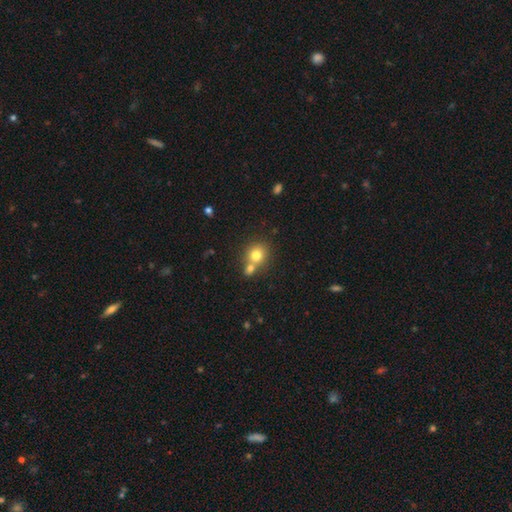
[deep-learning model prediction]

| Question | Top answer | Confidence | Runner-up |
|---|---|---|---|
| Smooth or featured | smooth | 77% | star or artifact (12%) |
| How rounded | round | 79% | in between (20%) |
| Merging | none | 47% | merger (41%) |